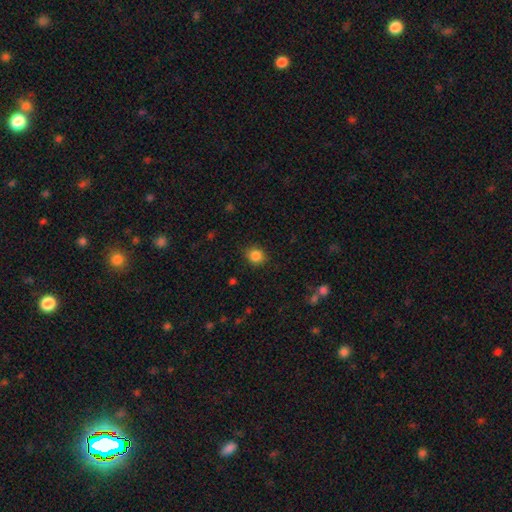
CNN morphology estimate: A smooth galaxy with no disk features (85%) that is round (77%).

Vote fractions:
- Smooth or featured? smooth: 85% / star or artifact: 11% / featured or disk: 4%
- How rounded? round: 77% / in between: 22% / cigar-shaped: 1%
- Merging? none: 86% / minor disturbance: 10% / major disturbance: 3% / merger: 1%